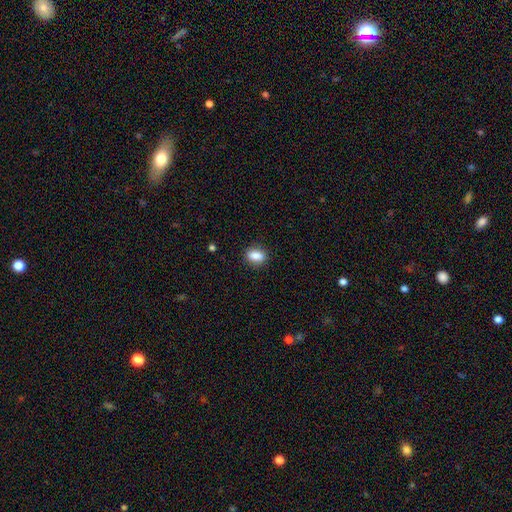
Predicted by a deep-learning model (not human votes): This appears to be a smooth galaxy with no disk features (87%) that is in between round and cigar-shaped (79%). Merging: none (86%).